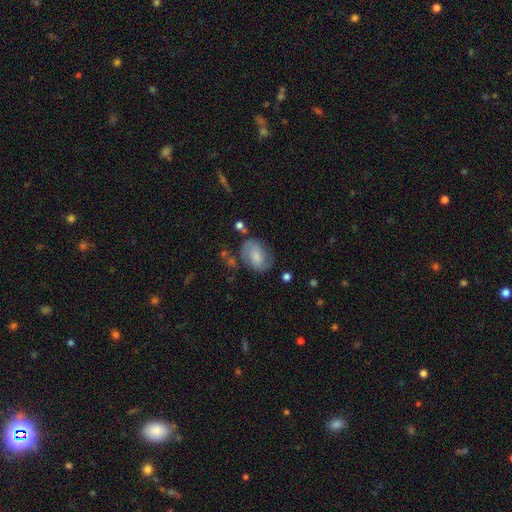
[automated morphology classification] Smooth or featured: smooth — 50% (featured or disk — 42%)
How rounded: in between — 79% (round — 19%)
Merging: none — 62% (minor disturbance — 23%)